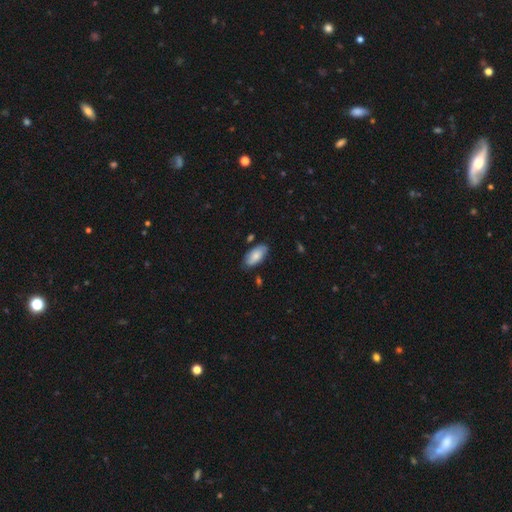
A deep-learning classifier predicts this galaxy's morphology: The model was most divided on "merging": none: 79%, minor disturbance: 16%, major disturbance: 3%, merger: 3%. More confident: how rounded — in between (92%); smooth or featured — smooth (78%).